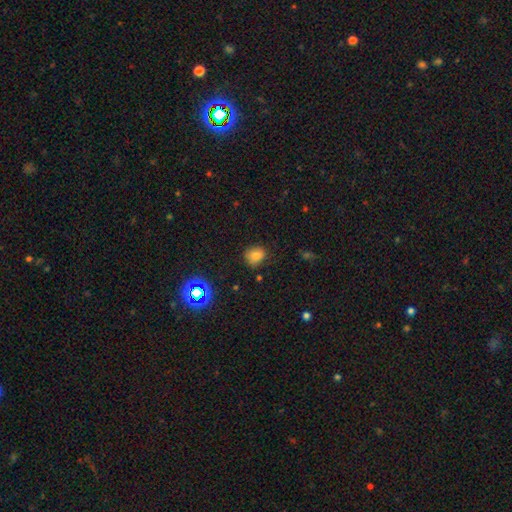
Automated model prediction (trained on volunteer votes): smooth 77%, star or artifact 16%, featured or disk 8%. Down the decision tree: how rounded — round (65%); merging — none (75%).